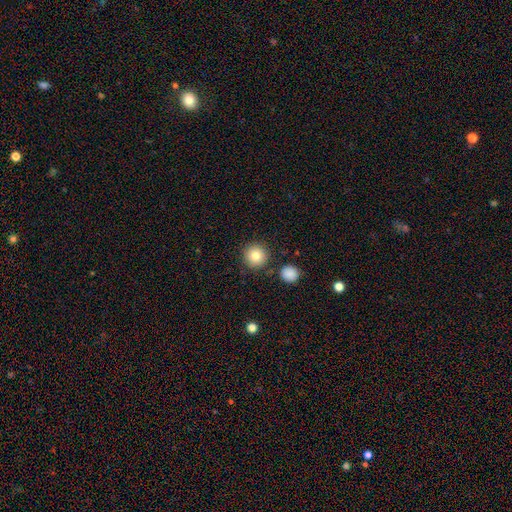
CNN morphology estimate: smooth-or-featured: smooth: 83% | star or artifact: 10% | featured or disk: 7%
  how-rounded: round: 95% | in between: 4% | cigar-shaped: 1%
  merging: none: 88% | minor disturbance: 6% | merger: 4% | major disturbance: 2%